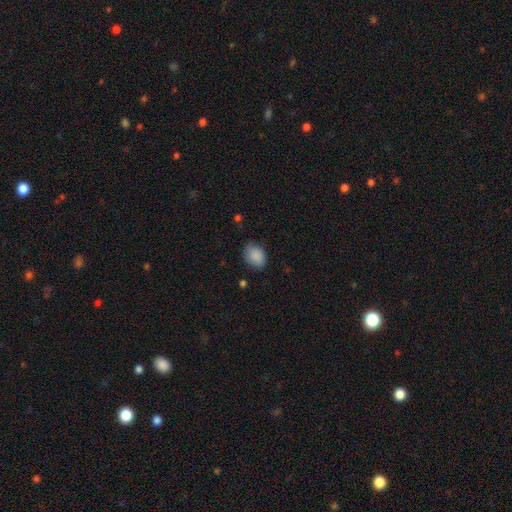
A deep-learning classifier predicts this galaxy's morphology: A smooth galaxy with no disk features (88%) that is in between round and cigar-shaped (67%). Merging: none (77%).